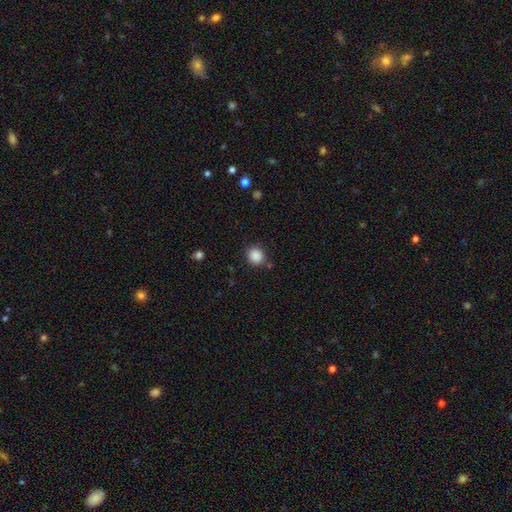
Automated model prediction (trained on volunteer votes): Smooth or featured? smooth (87%)
How rounded? round (83%)
Merging? none (83%)